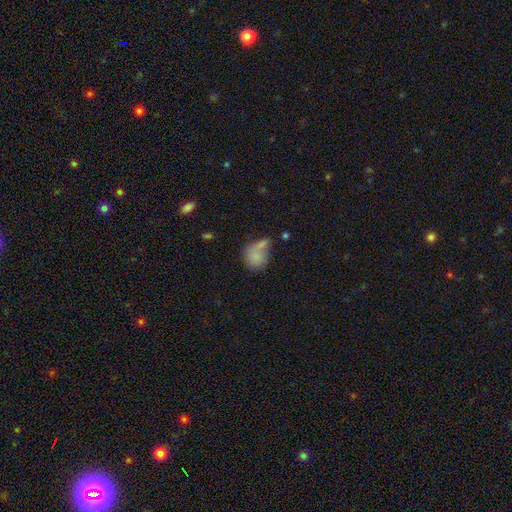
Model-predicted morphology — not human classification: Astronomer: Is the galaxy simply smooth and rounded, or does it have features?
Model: smooth — 77%.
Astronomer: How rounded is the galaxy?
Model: round — 55% (runner-up: in between, 43%).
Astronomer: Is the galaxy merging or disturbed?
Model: none — 37% (runner-up: merger, 31%).